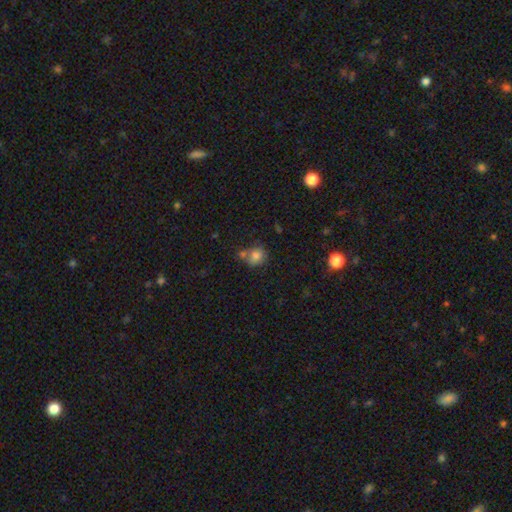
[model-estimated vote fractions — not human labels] Smooth or featured?
  - smooth: 79% *
  - star or artifact: 11%
  - featured or disk: 10%
How rounded?
  - round: 73% *
  - in between: 26%
  - cigar-shaped: 1%
Merging?
  - none: 53% *
  - merger: 26%
  - minor disturbance: 16%
  - major disturbance: 5%